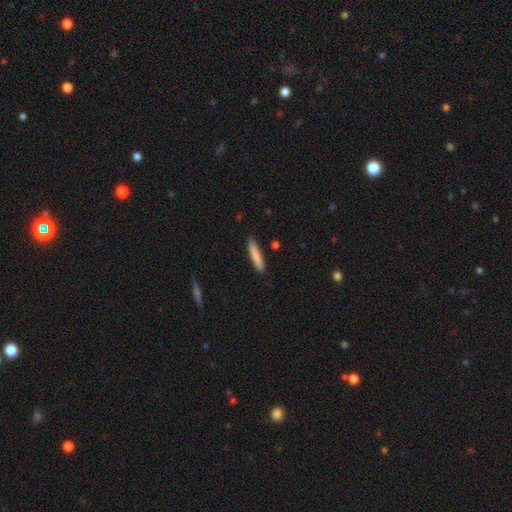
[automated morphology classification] smooth 83%, featured or disk 11%, star or artifact 6%. Down the decision tree: how rounded — cigar-shaped (90%); merging — none (88%).